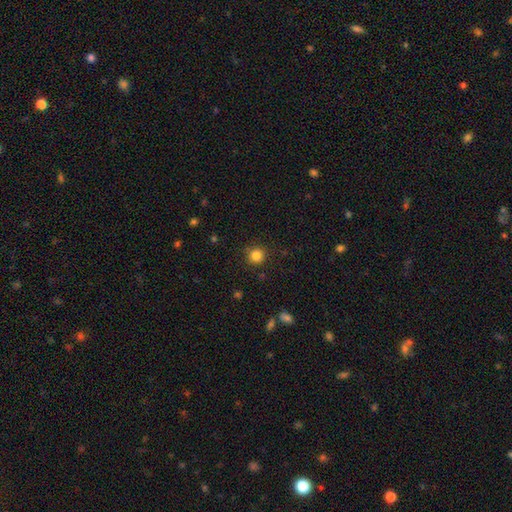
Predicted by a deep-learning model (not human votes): This is clearly a smooth galaxy (83%). How rounded: clearly round (93%). Merging: clearly none (87%).